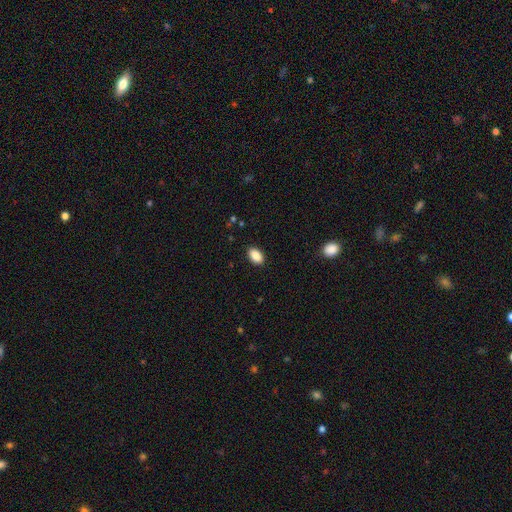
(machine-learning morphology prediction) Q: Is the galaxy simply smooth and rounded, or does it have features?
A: smooth — 89%.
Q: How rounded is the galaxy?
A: in between — 93%.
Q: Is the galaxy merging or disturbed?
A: none — 89%.